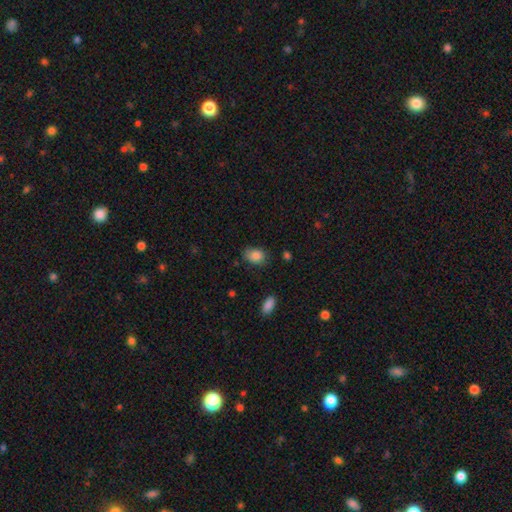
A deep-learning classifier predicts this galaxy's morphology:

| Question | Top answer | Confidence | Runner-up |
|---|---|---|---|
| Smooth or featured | smooth | 86% | star or artifact (9%) |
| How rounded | in between | 75% | round (24%) |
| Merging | none | 71% | minor disturbance (22%) |